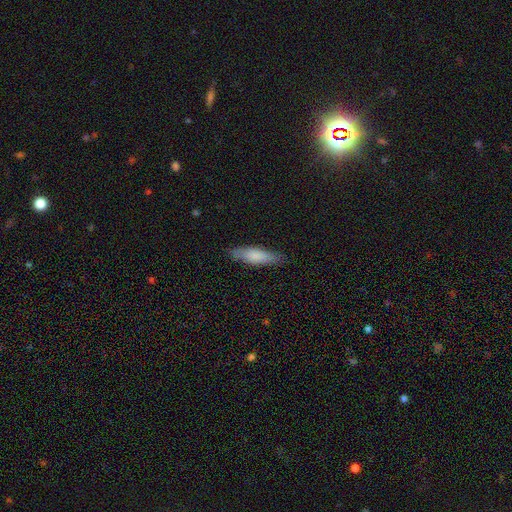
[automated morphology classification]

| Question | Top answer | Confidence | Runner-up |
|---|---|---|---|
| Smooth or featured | smooth | 79% | featured or disk (16%) |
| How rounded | cigar-shaped | 62% | in between (36%) |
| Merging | none | 83% | minor disturbance (13%) |